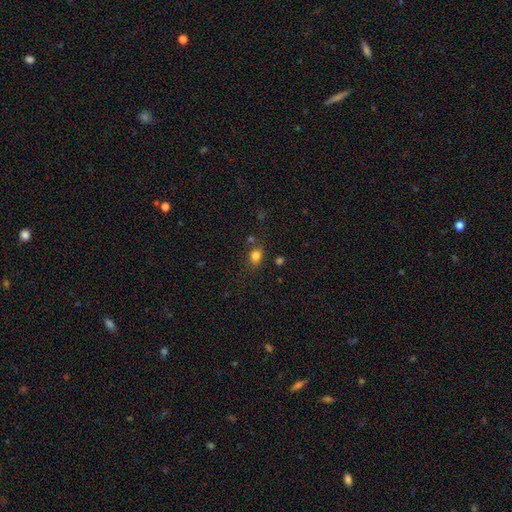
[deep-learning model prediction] This appears to be a smooth galaxy with no disk features (81%) that is in between round and cigar-shaped (52%). Merging: none (73%).